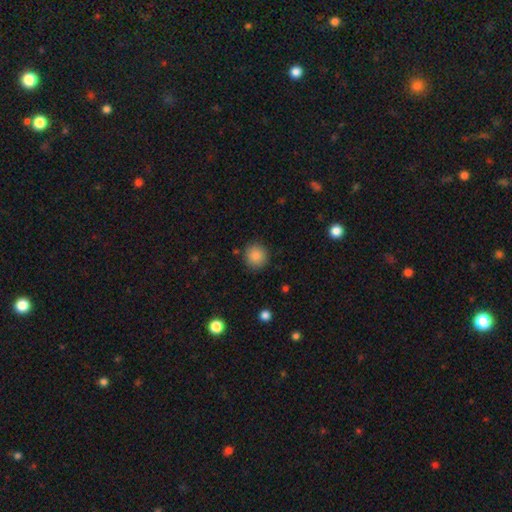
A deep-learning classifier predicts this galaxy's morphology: This appears to be a smooth galaxy with no disk features (87%) that is round (92%). Merging: none (88%).